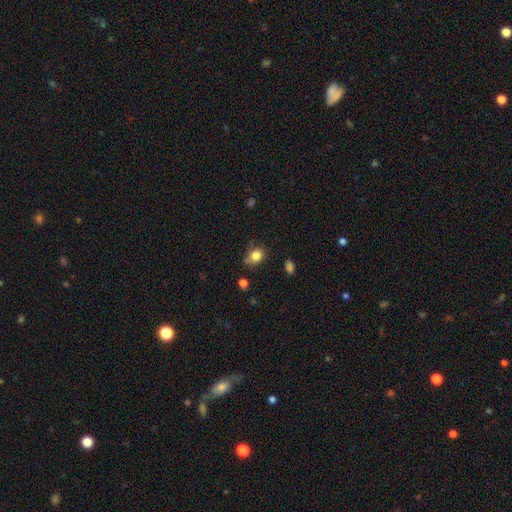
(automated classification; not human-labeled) smooth_or_featured: smooth (p=0.81) [alt: star or artifact p=0.11]
how_rounded: round (p=0.56) [alt: in between p=0.43]
merging: none (p=0.58) [alt: minor disturbance p=0.29]